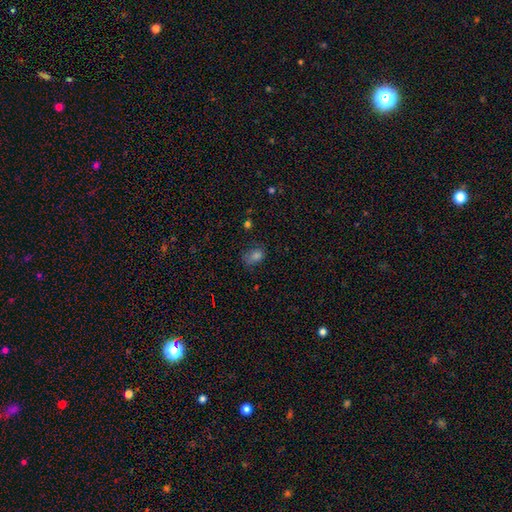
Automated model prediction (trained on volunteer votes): smooth_or_featured: smooth (p=0.71) [alt: star or artifact p=0.20]
how_rounded: in between (p=0.68) [alt: round p=0.30]
merging: none (p=0.57) [alt: minor disturbance p=0.28]